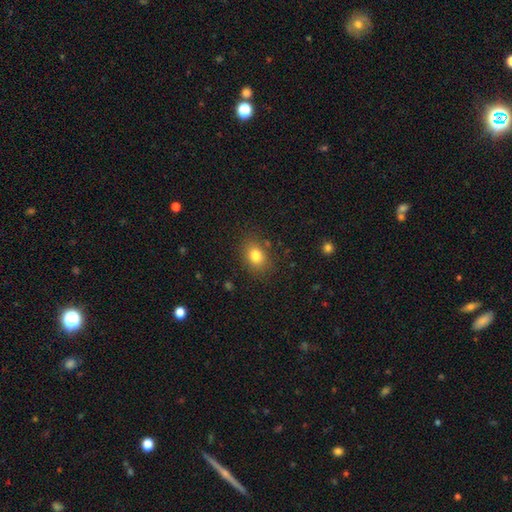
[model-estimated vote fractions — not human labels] Smooth or featured: smooth — 80% (star or artifact — 12%)
How rounded: in between — 60% (round — 39%)
Merging: none — 83% (minor disturbance — 12%)